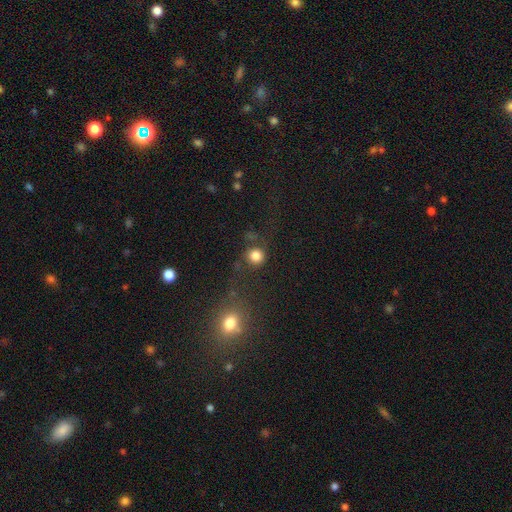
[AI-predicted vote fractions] This is clearly a smooth galaxy (81%). How rounded: clearly round (89%). Merging: likely none (69%).